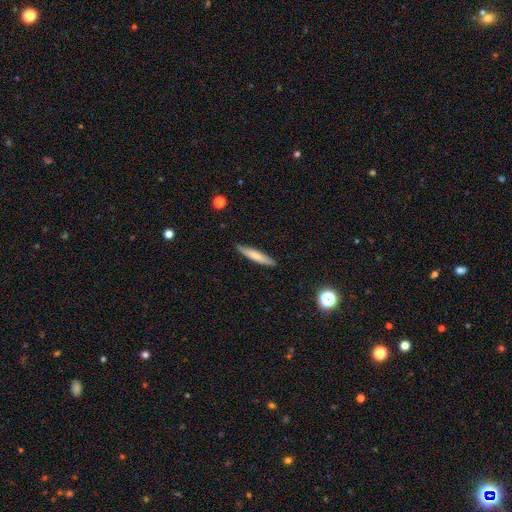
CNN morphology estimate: A smooth galaxy with no disk features (69%) that is cigar-shaped (89%).

Vote fractions:
- Smooth or featured? smooth: 69% / featured or disk: 25% / star or artifact: 6%
- How rounded? cigar-shaped: 89% / in between: 10% / round: 1%
- Merging? none: 87% / minor disturbance: 10% / major disturbance: 2% / merger: 1%